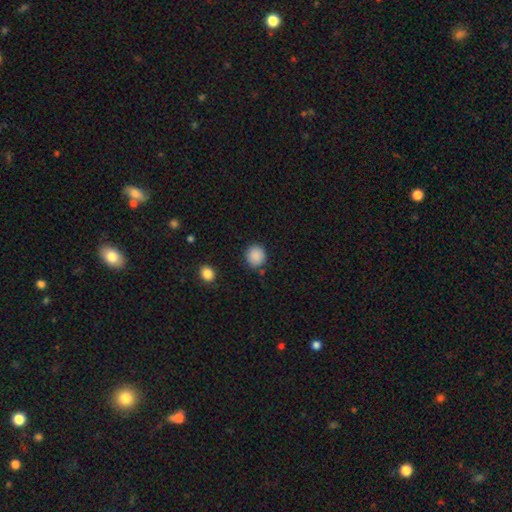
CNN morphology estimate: Smooth or featured? smooth (89%)
How rounded? round (89%)
Merging? none (87%)